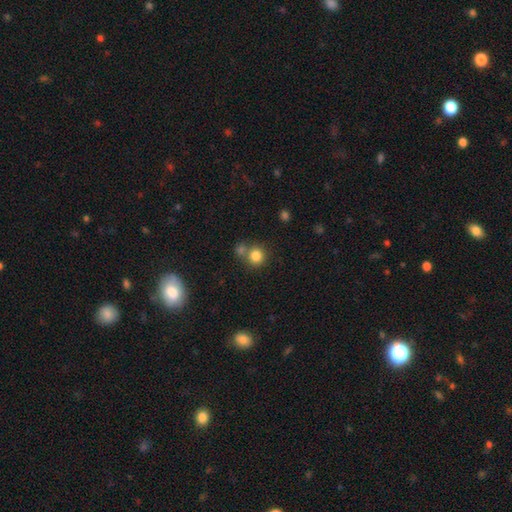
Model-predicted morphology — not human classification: smooth_or_featured: smooth (p=0.82) [alt: star or artifact p=0.12]
how_rounded: round (p=0.90) [alt: in between p=0.09]
merging: none (p=0.59) [alt: merger p=0.30]